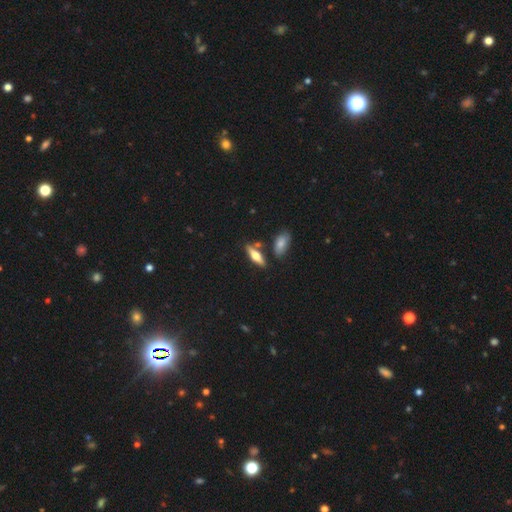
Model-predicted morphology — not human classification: A smooth galaxy with no disk features (51%) that is cigar-shaped (51%).

Vote fractions:
- Smooth or featured? smooth: 51% / featured or disk: 42% / star or artifact: 6%
- How rounded? cigar-shaped: 51% / in between: 45% / round: 4%
- Merging? none: 76% / minor disturbance: 11% / merger: 11% / major disturbance: 3%